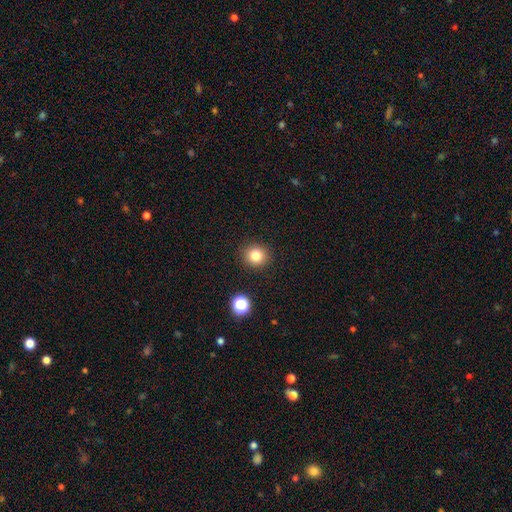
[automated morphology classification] This appears to be a smooth galaxy with no disk features (81%) that is round (88%). Merging: none (90%).